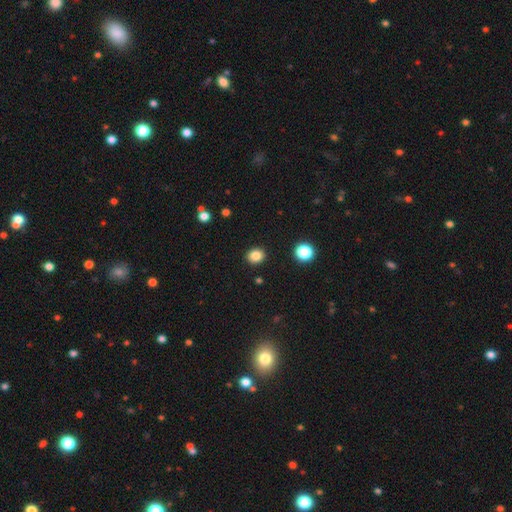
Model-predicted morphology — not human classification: This appears to be a smooth galaxy with no disk features (85%) that is round (73%). Merging: none (91%).